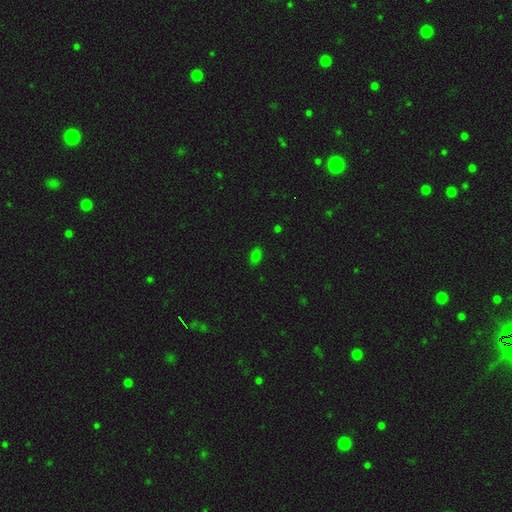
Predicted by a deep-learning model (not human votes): smooth 76%, star or artifact 19%, featured or disk 5%. Down the decision tree: how rounded — in between (88%); merging — none (85%).